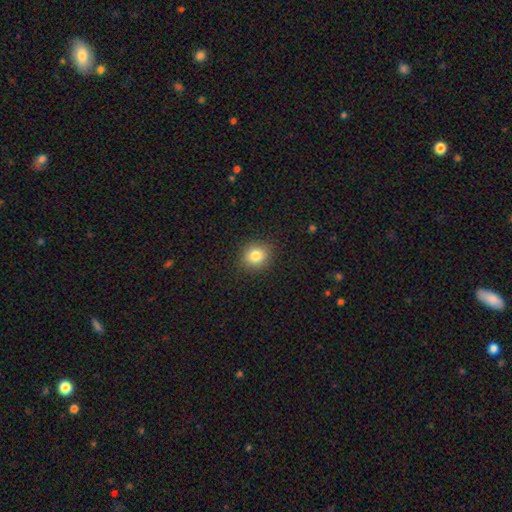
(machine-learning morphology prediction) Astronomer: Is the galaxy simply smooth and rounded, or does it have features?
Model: smooth — 82%.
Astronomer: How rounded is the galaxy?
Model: round — 81%.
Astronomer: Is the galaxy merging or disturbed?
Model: none — 89%.